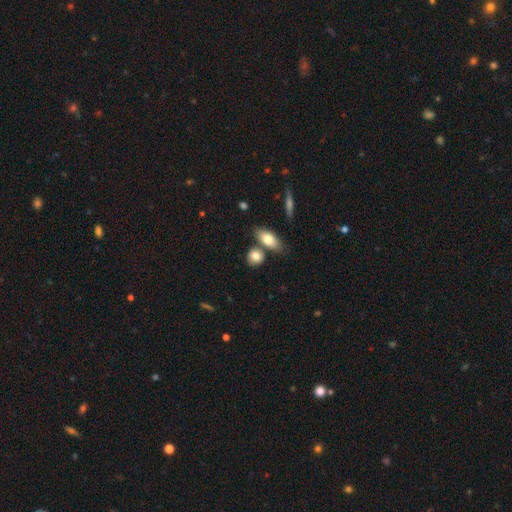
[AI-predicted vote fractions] Smooth or featured?
  - smooth: 81% *
  - featured or disk: 12%
  - star or artifact: 7%
How rounded?
  - round: 51% *
  - in between: 44%
  - cigar-shaped: 4%
Merging?
  - none: 63% *
  - merger: 23%
  - minor disturbance: 11%
  - major disturbance: 3%